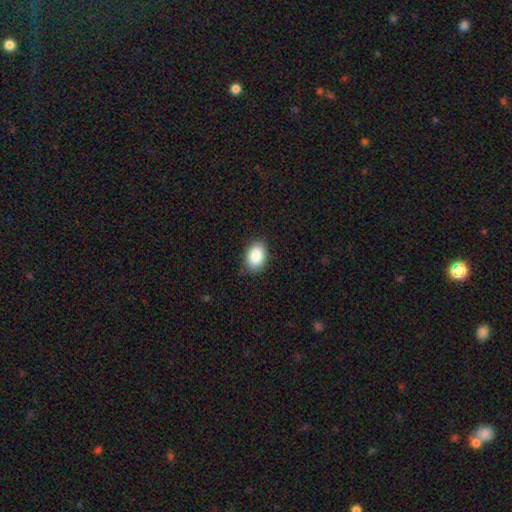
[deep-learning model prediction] smooth_or_featured: smooth (p=0.86) [alt: star or artifact p=0.08]
how_rounded: in between (p=0.82) [alt: round p=0.17]
merging: none (p=0.82) [alt: minor disturbance p=0.14]